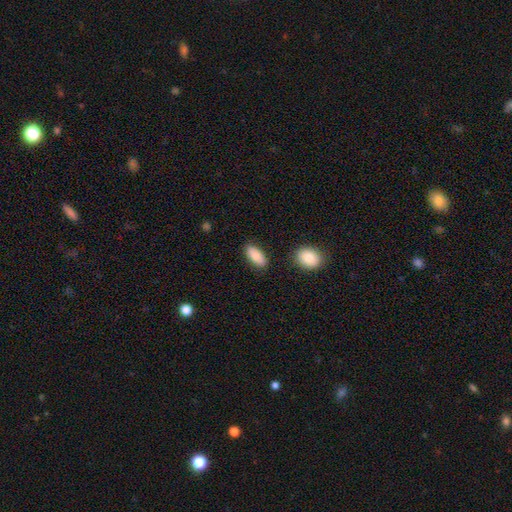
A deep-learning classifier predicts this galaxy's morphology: type=smooth (85%); roundness=in between (89%); merging=none (84%).